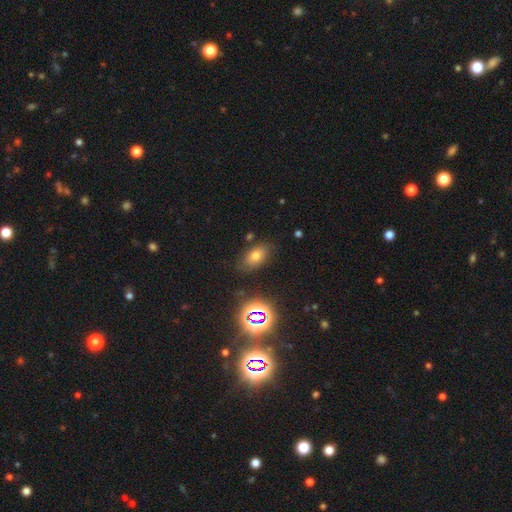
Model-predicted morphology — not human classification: Overall: smooth (66%). How rounded: in between (86%). Merging: none (79%).